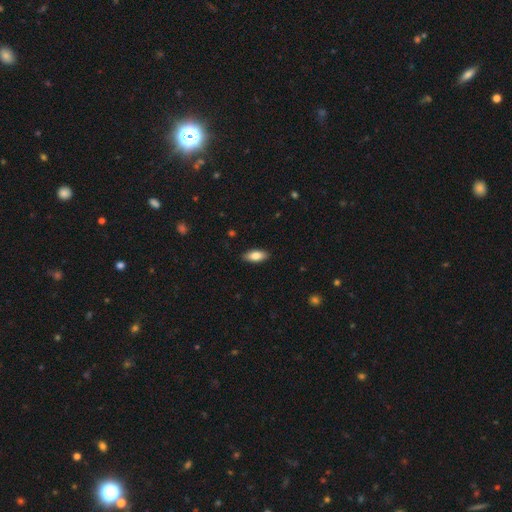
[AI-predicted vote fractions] Q: Smooth or featured?
A: smooth (83%); runner-up: featured or disk (11%)
Q: How rounded?
A: in between (85%); runner-up: cigar-shaped (13%)
Q: Merging?
A: none (89%); runner-up: minor disturbance (8%)